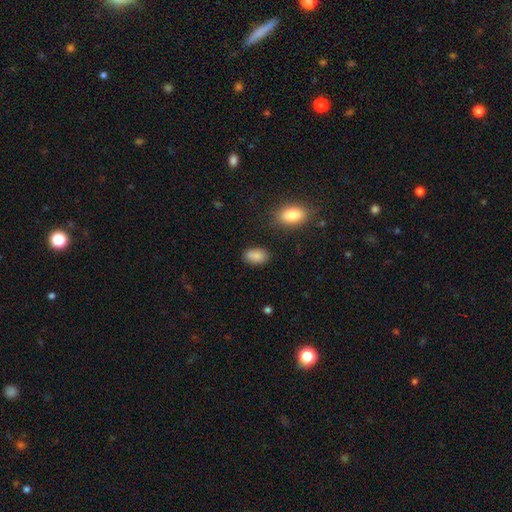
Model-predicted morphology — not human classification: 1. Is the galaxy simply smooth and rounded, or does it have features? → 87% smooth, 9% star or artifact, 5% featured or disk.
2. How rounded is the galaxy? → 90% in between, 7% round, 2% cigar-shaped.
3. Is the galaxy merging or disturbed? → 77% none, 14% minor disturbance, 5% merger, 3% major disturbance.